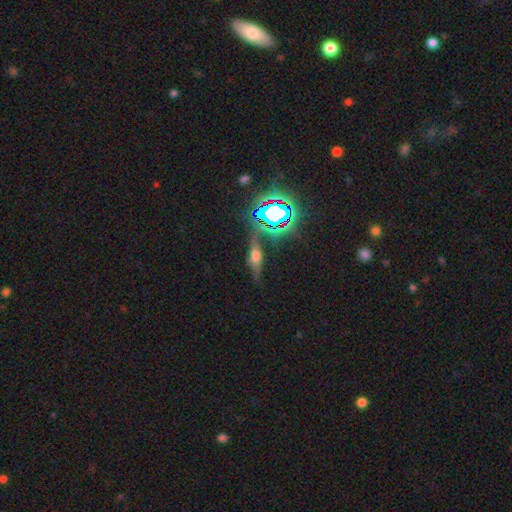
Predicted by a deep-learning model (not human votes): A featured or disk galaxy (54%) viewed edge-on (76%). Merging: none (65%).